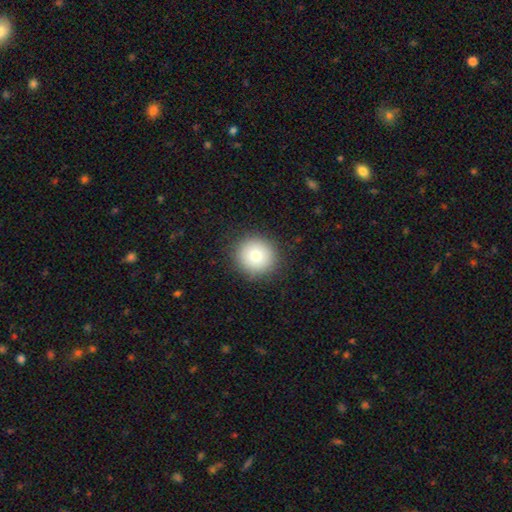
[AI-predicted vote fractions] The model was most divided on "smooth or featured": smooth: 76%, featured or disk: 12%, star or artifact: 12%. More confident: how rounded — round (95%); merging — none (90%).